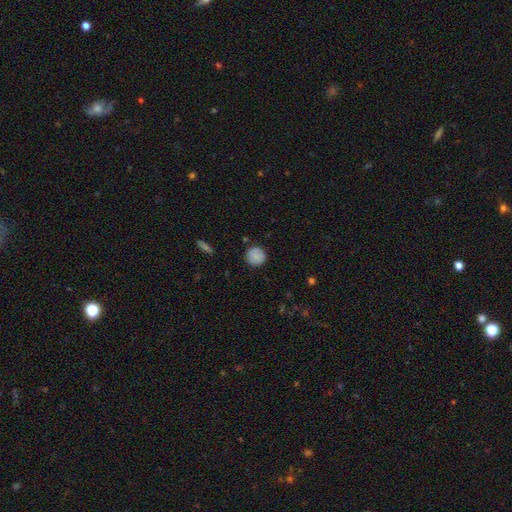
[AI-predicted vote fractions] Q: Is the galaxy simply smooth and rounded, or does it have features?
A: smooth — 82%.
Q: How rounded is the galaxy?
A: round — 92%.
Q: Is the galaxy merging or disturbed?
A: none — 86%.